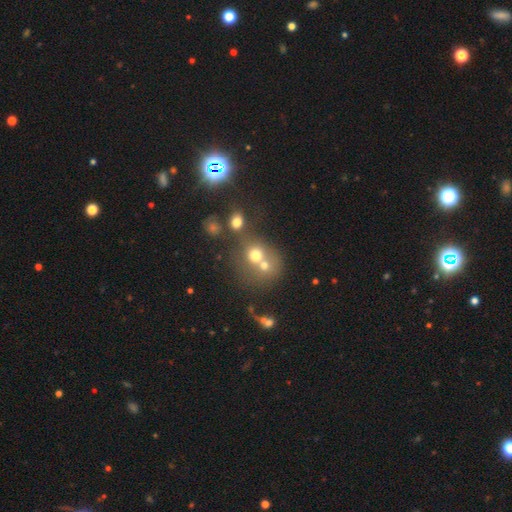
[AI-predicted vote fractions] Smooth or featured?
  - smooth: 65% *
  - featured or disk: 18%
  - star or artifact: 17%
How rounded?
  - round: 76% *
  - in between: 23%
  - cigar-shaped: 1%
Merging?
  - merger: 54% *
  - none: 32%
  - minor disturbance: 8%
  - major disturbance: 6%